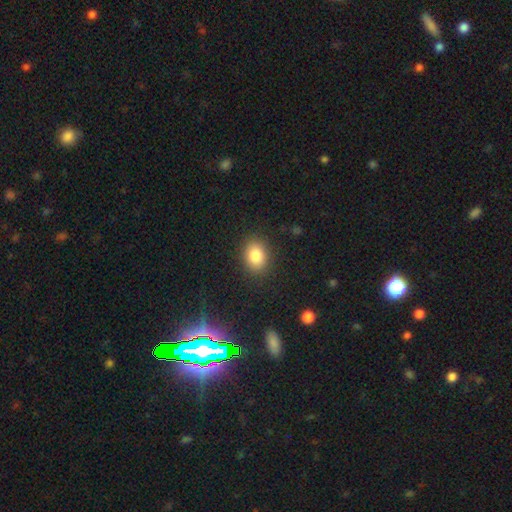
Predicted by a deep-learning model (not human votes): smooth 83%, star or artifact 10%, featured or disk 7%. Down the decision tree: how rounded — in between (62%); merging — none (87%).